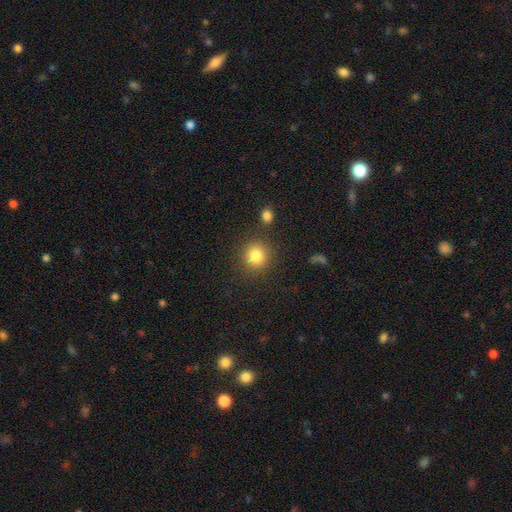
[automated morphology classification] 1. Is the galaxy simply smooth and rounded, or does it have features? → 84% smooth, 11% star or artifact, 6% featured or disk.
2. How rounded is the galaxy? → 88% round, 11% in between, 1% cigar-shaped.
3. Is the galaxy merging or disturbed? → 83% none, 9% minor disturbance, 5% merger, 3% major disturbance.